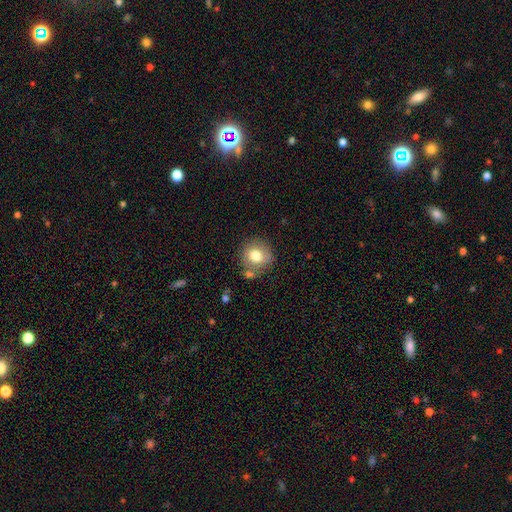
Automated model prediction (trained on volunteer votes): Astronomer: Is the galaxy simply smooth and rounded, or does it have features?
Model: smooth — 77%.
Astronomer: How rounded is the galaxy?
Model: round — 89%.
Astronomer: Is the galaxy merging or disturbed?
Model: none — 73%.